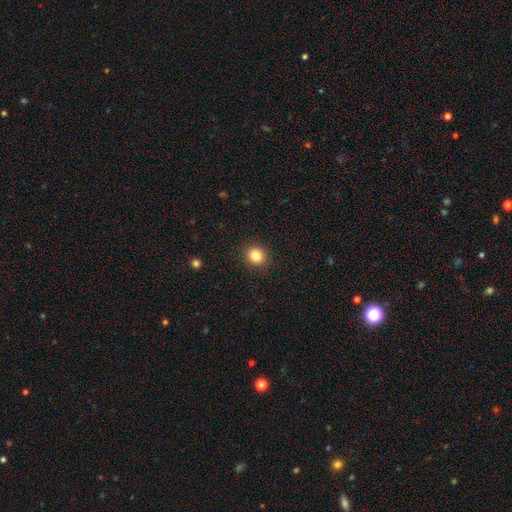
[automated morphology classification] Smooth or featured? Predicted: smooth (p=0.84). How rounded? Predicted: round (p=0.83). Merging? Predicted: none (p=0.91).